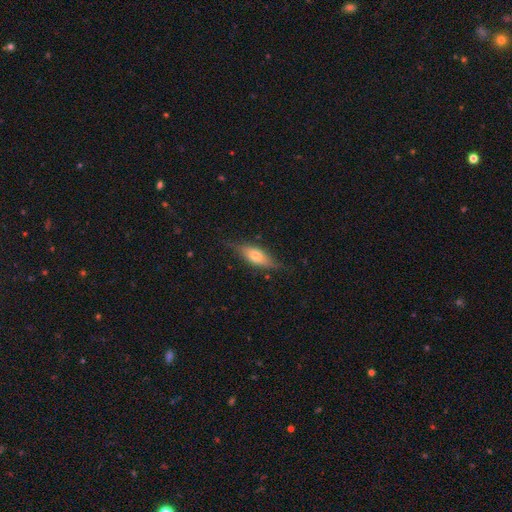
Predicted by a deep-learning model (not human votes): This appears to be a smooth galaxy with no disk features (56%) that is in between round and cigar-shaped (68%). Merging: none (71%).